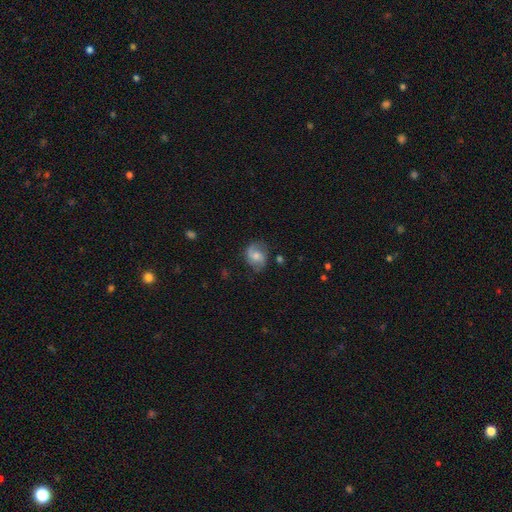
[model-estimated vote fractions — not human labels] Morphology: type=featured or disk (58%); edge-on=no (97%); bar=no (57%); spiral arms=yes (91%); winding=medium (44%); arm count=2 (83%); bulge=moderate (53%); merging=none (71%).